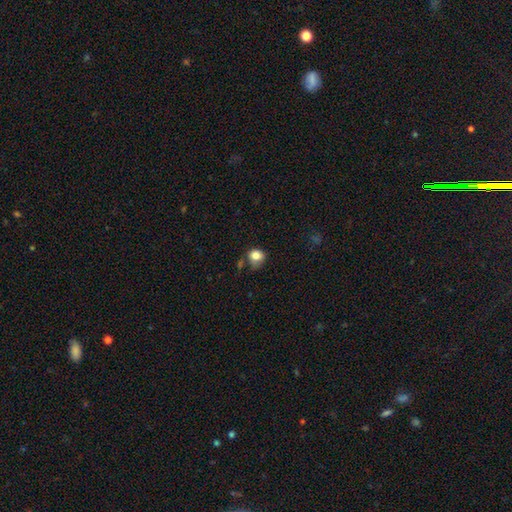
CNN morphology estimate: Overall: smooth (82%). How rounded: round (70%). Merging: none (51%; minor disturbance 29%).